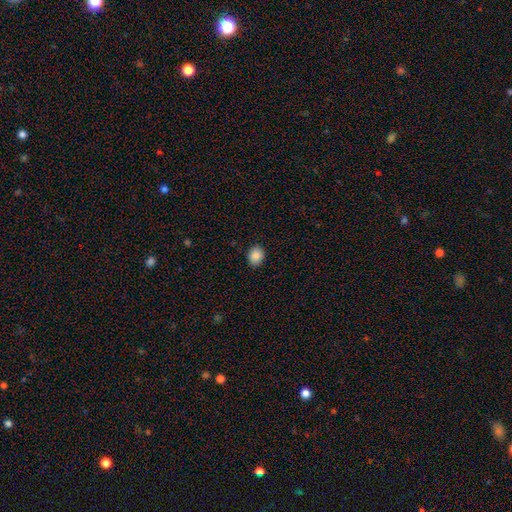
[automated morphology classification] A smooth galaxy with no disk features (88%) that is in between round and cigar-shaped (50%). Merging: none (89%).